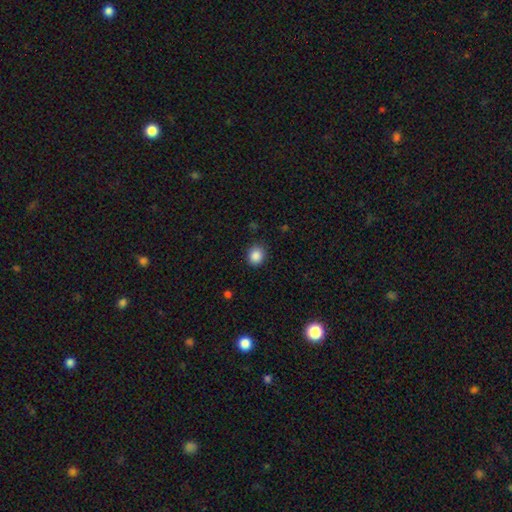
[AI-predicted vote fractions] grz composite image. It shows a smooth galaxy with no disk features (87%) that is round (71%). Merging: none (87%).